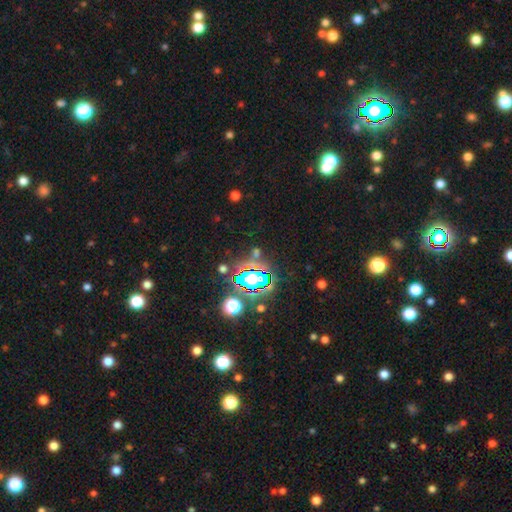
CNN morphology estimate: The model was most divided on "smooth or featured": star or artifact: 74%, smooth: 17%, featured or disk: 9%.